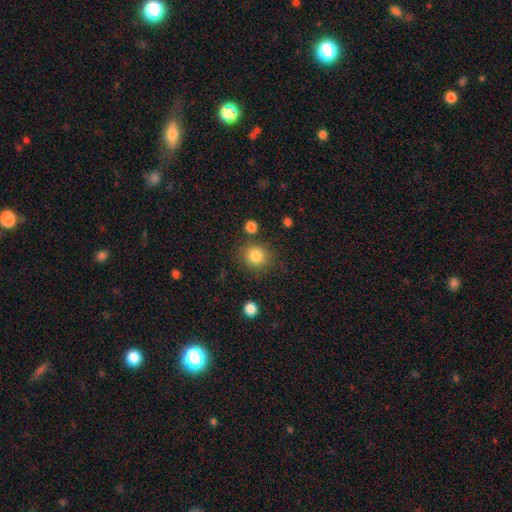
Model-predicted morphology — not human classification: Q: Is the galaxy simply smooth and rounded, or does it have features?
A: smooth — 84%.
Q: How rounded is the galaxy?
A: round — 86%.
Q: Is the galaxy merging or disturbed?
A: none — 79%.